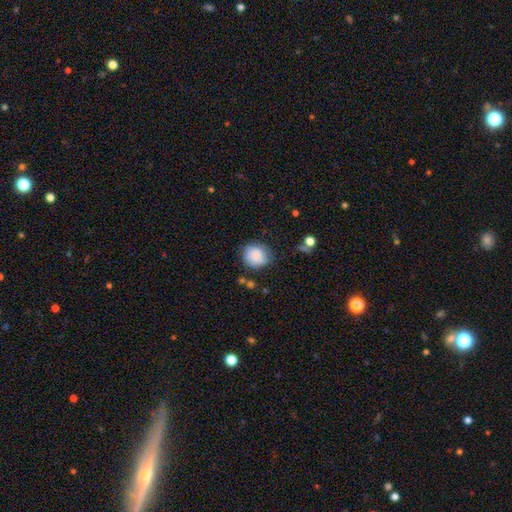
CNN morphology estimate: Smooth or featured? smooth (85%)
How rounded? round (76%)
Merging? none (68%)